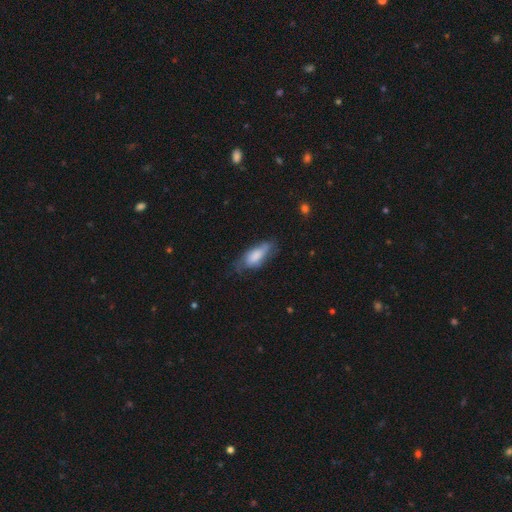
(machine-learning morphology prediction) Smooth or featured: smooth — 68% (featured or disk — 25%)
How rounded: in between — 75% (cigar-shaped — 23%)
Merging: none — 49% (minor disturbance — 34%)